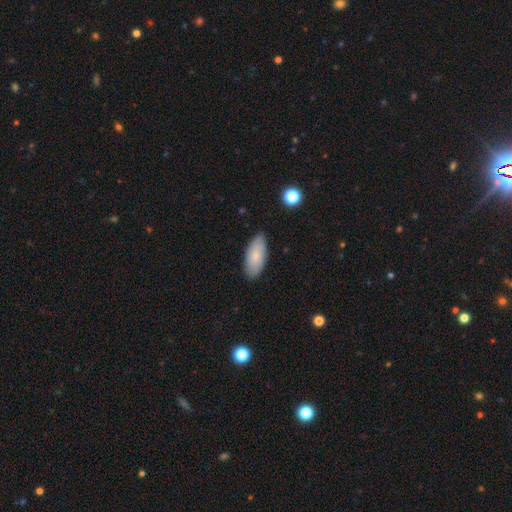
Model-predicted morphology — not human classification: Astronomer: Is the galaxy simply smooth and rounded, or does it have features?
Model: smooth — 81%.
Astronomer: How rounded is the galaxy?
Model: in between — 88%.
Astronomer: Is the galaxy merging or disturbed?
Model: none — 83%.